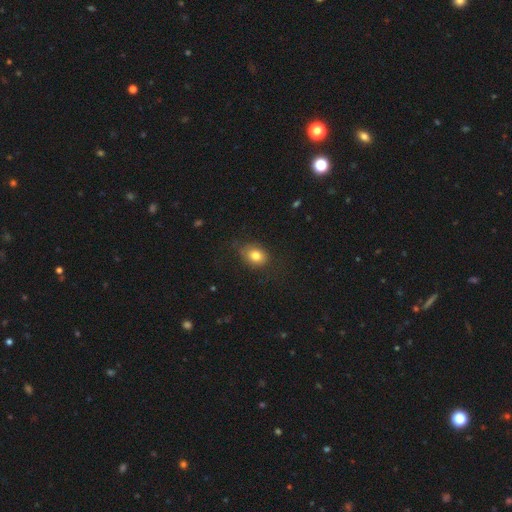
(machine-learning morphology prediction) type=smooth (79%); roundness=in between (59%); merging=none (73%).